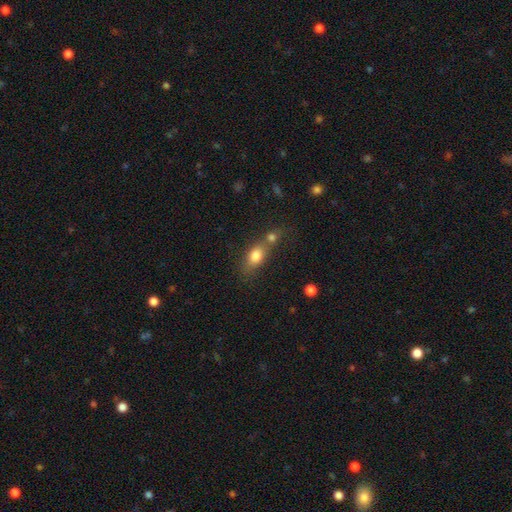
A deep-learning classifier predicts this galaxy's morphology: This is likely a smooth galaxy (79%). How rounded: likely in between (70%). Merging: possibly merger (48%).